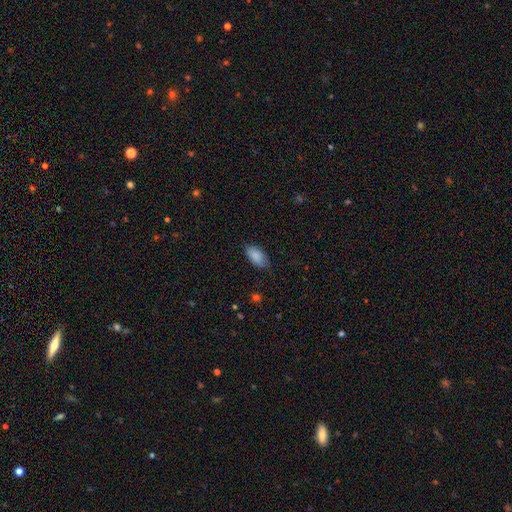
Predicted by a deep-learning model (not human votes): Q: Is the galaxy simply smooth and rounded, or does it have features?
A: smooth — 88%.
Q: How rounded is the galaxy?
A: in between — 93%.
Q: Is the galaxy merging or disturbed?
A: none — 80%.